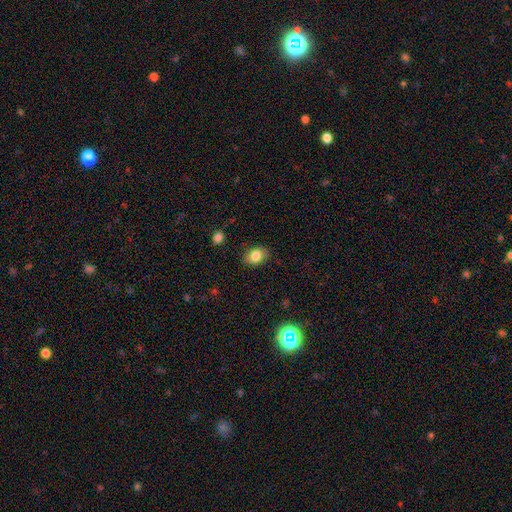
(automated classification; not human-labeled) This appears to be a smooth galaxy with no disk features (83%) that is in between round and cigar-shaped (76%). Merging: none (84%).